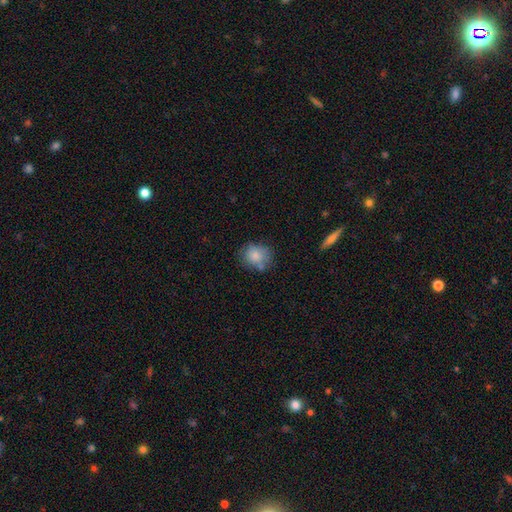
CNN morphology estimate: Overall: smooth (80%). How rounded: round (61%; in between 38%). Merging: none (60%; minor disturbance 24%).